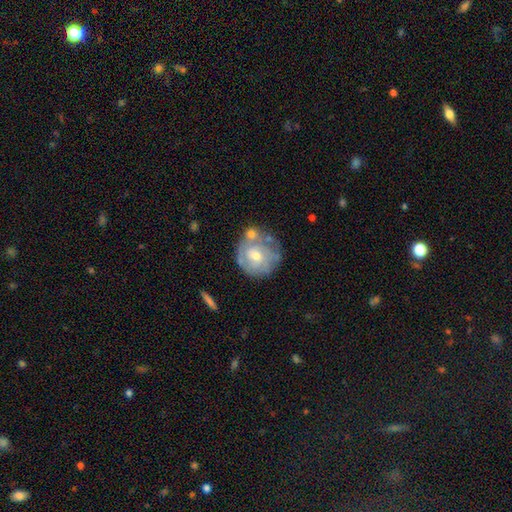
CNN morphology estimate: Smooth or featured?
  - featured or disk: 61% *
  - smooth: 33%
  - star or artifact: 6%
Edge-on disk?
  - no: 97% *
  - yes: 3%
Bar?
  - no: 76% *
  - weak: 21%
  - strong: 3%
Spiral arms?
  - yes: 62% *
  - no: 38%
Bulge size?
  - moderate: 54% *
  - small: 41%
  - large: 3%
  - none: 1%
  - dominant: 1%
Merging?
  - none: 52% *
  - minor disturbance: 21%
  - merger: 17%
  - major disturbance: 10%